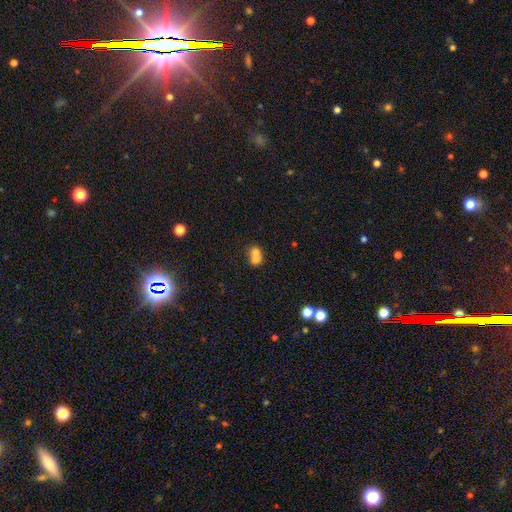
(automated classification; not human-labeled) A smooth galaxy with no disk features (68%) that is round (59%).

Vote fractions:
- Smooth or featured? smooth: 68% / featured or disk: 20% / star or artifact: 11%
- How rounded? round: 59% / in between: 39% / cigar-shaped: 1%
- Merging? merger: 70% / none: 22% / minor disturbance: 5% / major disturbance: 3%